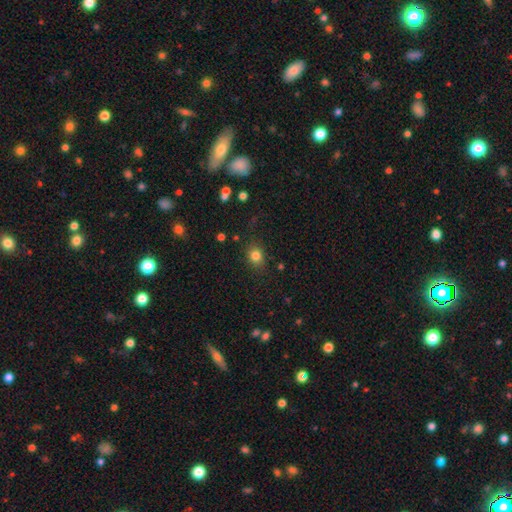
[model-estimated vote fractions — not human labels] The model was most divided on "how rounded": round: 66%, in between: 33%, cigar-shaped: 1%. More confident: smooth or featured — smooth (82%); merging — none (81%).